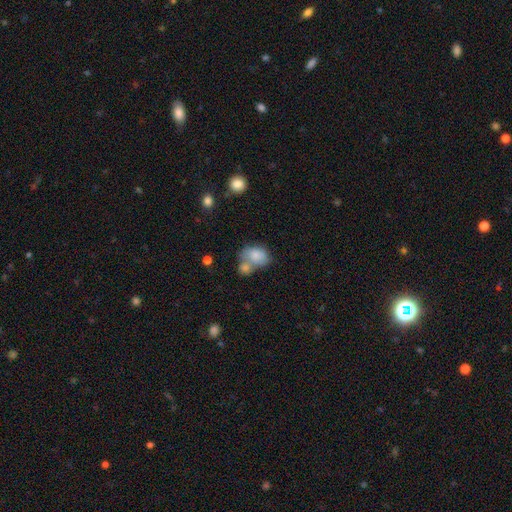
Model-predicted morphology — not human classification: smooth 78%, featured or disk 14%, star or artifact 8%. Down the decision tree: how rounded — in between (72%); merging — merger (51%).